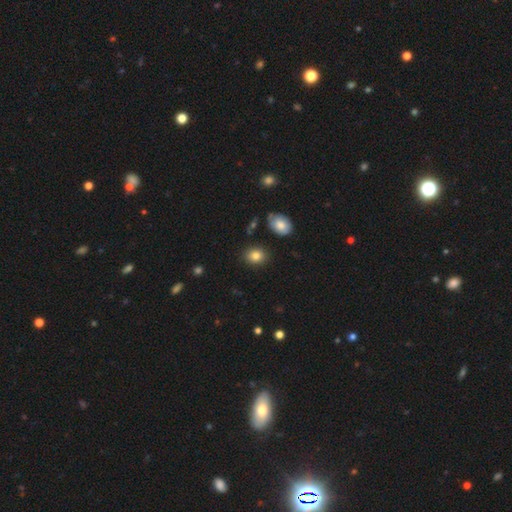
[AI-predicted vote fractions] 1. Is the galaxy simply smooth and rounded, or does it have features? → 83% smooth, 9% star or artifact, 7% featured or disk.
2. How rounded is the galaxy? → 50% in between, 49% round, 1% cigar-shaped.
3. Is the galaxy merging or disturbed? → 85% none, 10% minor disturbance, 3% merger, 3% major disturbance.